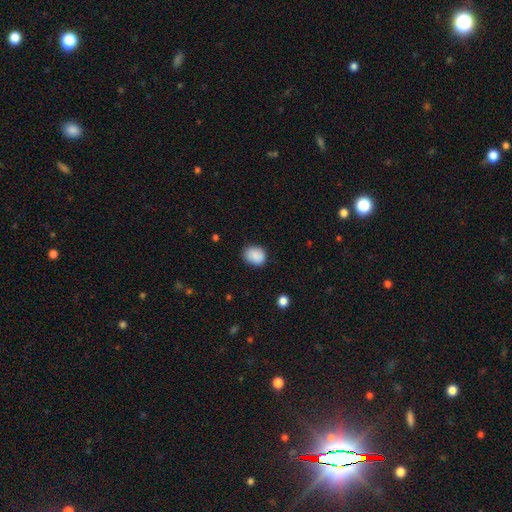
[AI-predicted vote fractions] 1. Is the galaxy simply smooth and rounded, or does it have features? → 88% smooth, 8% star or artifact, 4% featured or disk.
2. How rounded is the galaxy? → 55% round, 44% in between, 1% cigar-shaped.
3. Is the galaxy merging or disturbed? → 78% none, 17% minor disturbance, 3% major disturbance, 1% merger.